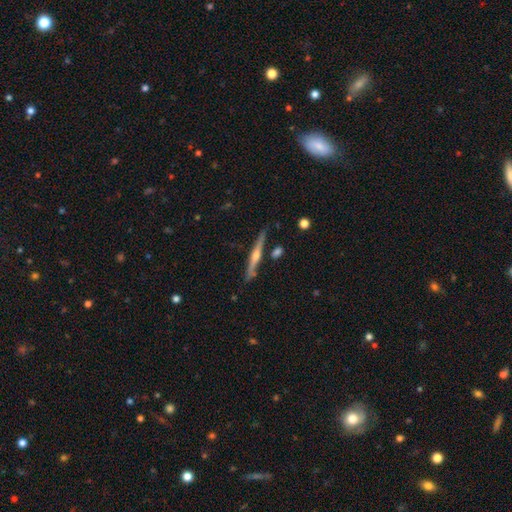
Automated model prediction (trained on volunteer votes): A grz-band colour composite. It shows a featured or disk galaxy (72%) viewed edge-on (97%) with a rounded central bulge (84%). Merging: none (84%).